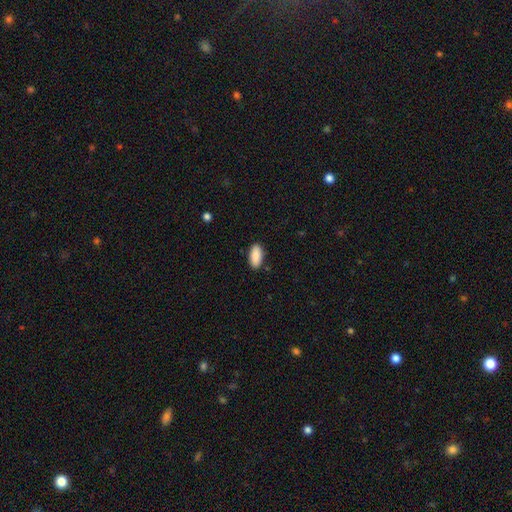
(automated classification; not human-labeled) smooth_or_featured: smooth (p=0.90) [alt: star or artifact p=0.06]
how_rounded: in between (p=0.89) [alt: cigar-shaped p=0.09]
merging: none (p=0.88) [alt: minor disturbance p=0.09]